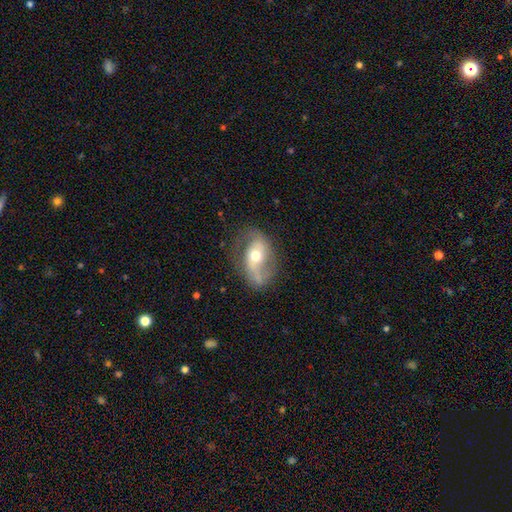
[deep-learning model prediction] featured or disk 67%, smooth 26%, star or artifact 7%. Down the decision tree: edge-on disk — no (94%); bar — no (52%); spiral arms — yes (75%); bulge size — moderate (74%); merging — none (58%).